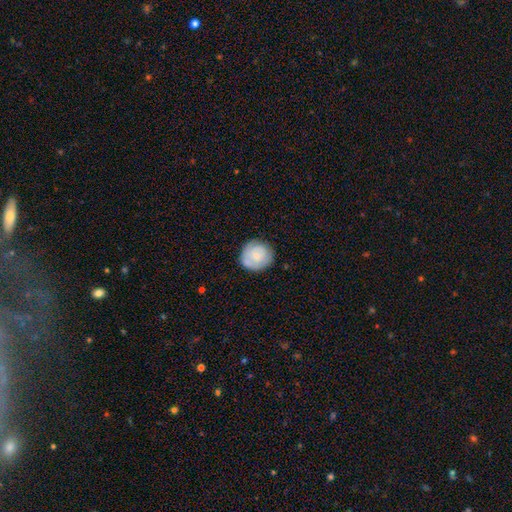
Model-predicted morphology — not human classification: A smooth galaxy with no disk features (66%) that is round (91%). Merging: none (78%).